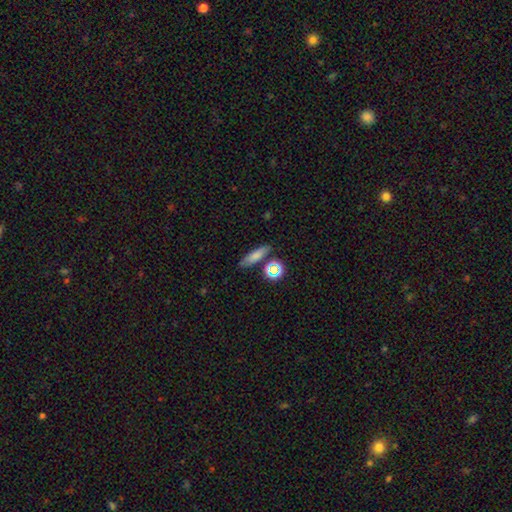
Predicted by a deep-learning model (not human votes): smooth-or-featured: smooth: 73% | star or artifact: 13% | featured or disk: 13%
  how-rounded: cigar-shaped: 54% | in between: 38% | round: 8%
  merging: none: 79% | minor disturbance: 11% | merger: 7% | major disturbance: 3%